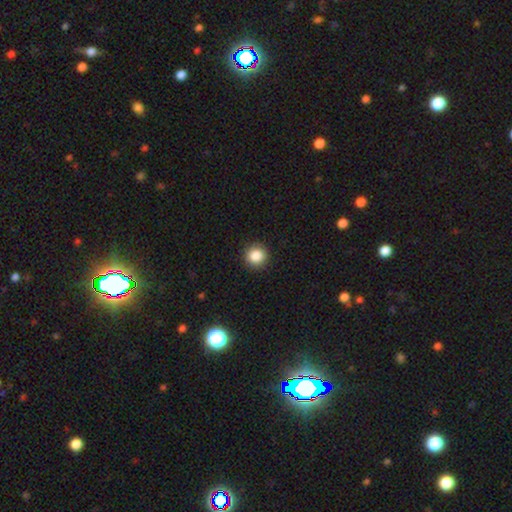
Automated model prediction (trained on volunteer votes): Smooth or featured: smooth — 87% (star or artifact — 10%)
How rounded: round — 94% (in between — 5%)
Merging: none — 92% (minor disturbance — 6%)